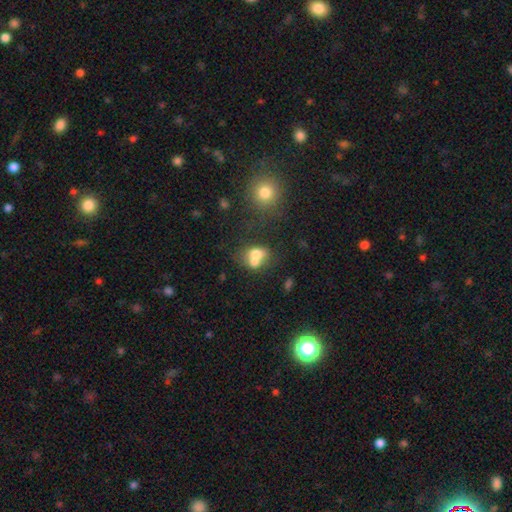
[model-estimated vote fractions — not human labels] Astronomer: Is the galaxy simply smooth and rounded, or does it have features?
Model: smooth — 67%.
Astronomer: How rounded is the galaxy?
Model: in between — 50% (runner-up: round, 49%).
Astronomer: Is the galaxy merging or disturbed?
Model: merger — 60%.